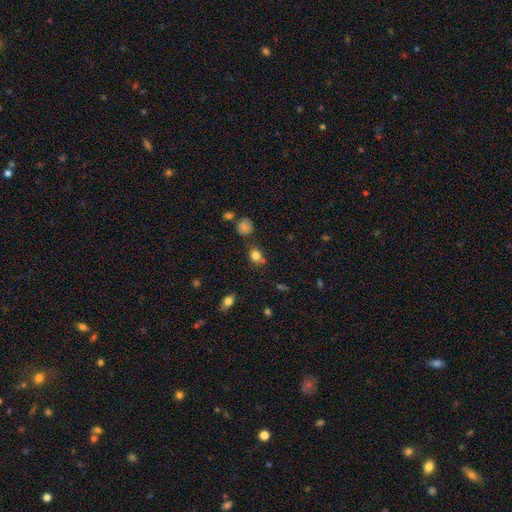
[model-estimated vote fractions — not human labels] Overall: smooth (80%). How rounded: round (55%; in between 44%). Merging: none (68%).